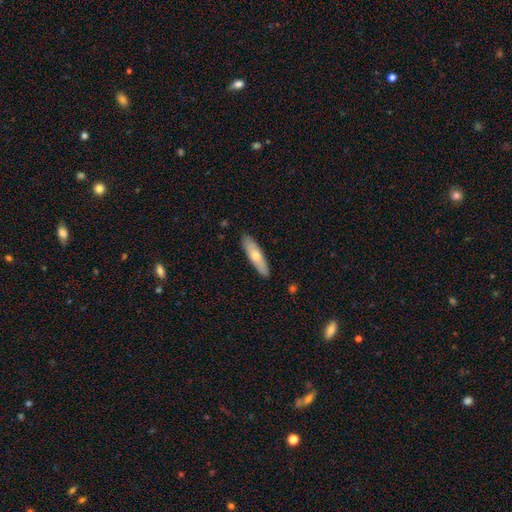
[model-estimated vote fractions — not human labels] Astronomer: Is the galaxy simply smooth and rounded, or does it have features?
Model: smooth — 65%.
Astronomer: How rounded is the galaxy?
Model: cigar-shaped — 65%.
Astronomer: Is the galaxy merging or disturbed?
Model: none — 87%.